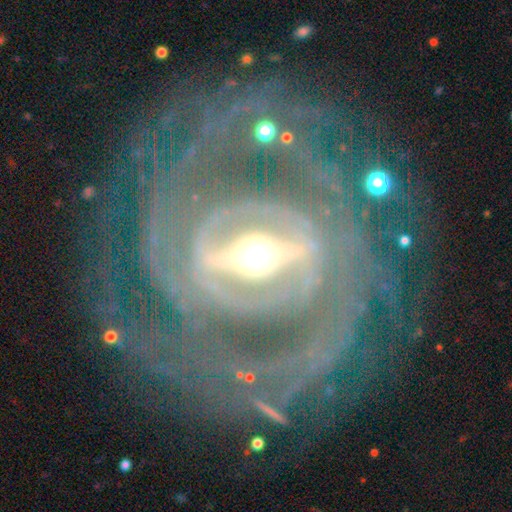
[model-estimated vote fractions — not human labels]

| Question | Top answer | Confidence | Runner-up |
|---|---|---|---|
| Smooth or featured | featured or disk | 92% | star or artifact (4%) |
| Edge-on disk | no | 94% | yes (6%) |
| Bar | strong | 81% | weak (14%) |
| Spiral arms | yes | 94% | no (6%) |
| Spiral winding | tight | 64% | medium (27%) |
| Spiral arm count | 2 | 28% | can't tell (22%) |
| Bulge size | moderate | 62% | small (21%) |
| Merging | none | 70% | major disturbance (14%) |